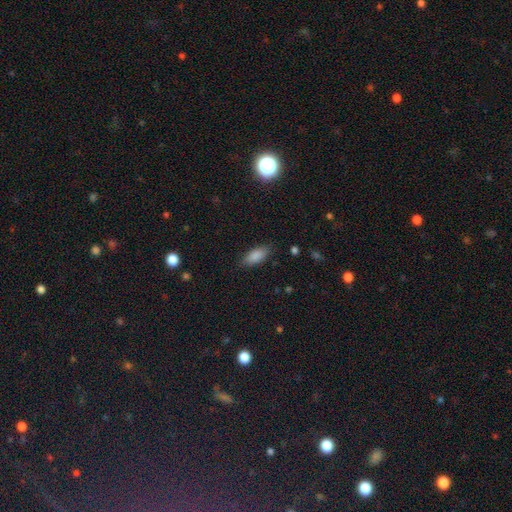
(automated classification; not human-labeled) The model was most divided on "merging": none: 83%, minor disturbance: 13%, major disturbance: 3%, merger: 1%. More confident: smooth or featured — smooth (87%); how rounded — in between (86%).